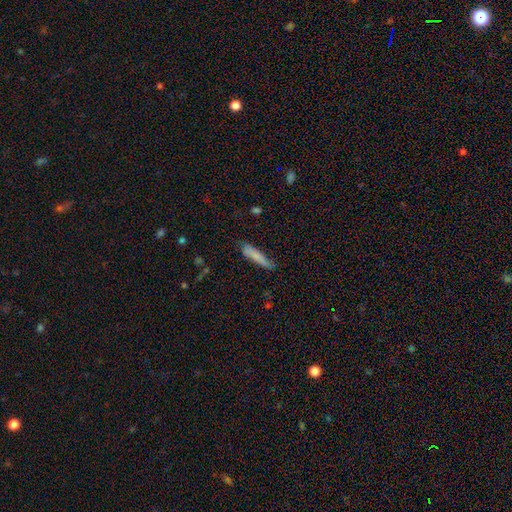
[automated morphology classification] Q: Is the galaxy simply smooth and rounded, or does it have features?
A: smooth — 78%.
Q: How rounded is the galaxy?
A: cigar-shaped — 87%.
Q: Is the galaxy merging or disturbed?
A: none — 67%.